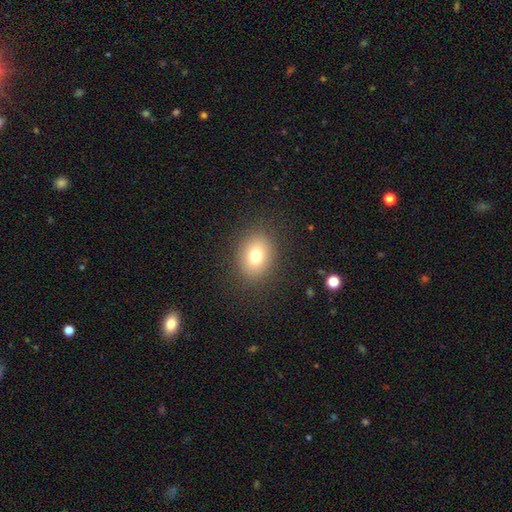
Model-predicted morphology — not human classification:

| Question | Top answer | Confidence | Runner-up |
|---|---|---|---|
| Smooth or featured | smooth | 76% | star or artifact (13%) |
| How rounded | in between | 54% | round (45%) |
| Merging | none | 87% | minor disturbance (8%) |